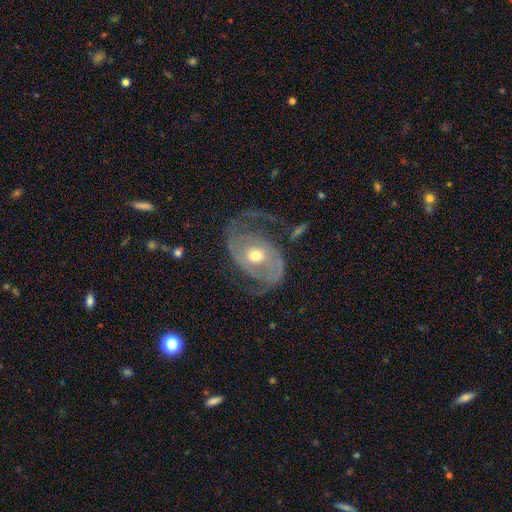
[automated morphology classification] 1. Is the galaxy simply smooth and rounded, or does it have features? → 87% featured or disk, 8% smooth, 5% star or artifact.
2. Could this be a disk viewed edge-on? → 96% no, 4% yes.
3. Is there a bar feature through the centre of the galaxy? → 59% no, 29% weak, 12% strong.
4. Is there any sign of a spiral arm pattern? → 92% yes, 8% no.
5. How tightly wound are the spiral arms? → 43% medium, 37% loose, 20% tight.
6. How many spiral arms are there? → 88% 2, 4% can't tell, 3% 1, 2% 3, 1% 4, 1% more than 4.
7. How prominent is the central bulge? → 68% moderate, 24% small, 5% large, 1% dominant, 1% none.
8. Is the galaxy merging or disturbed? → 55% none, 25% major disturbance, 18% minor disturbance, 3% merger.